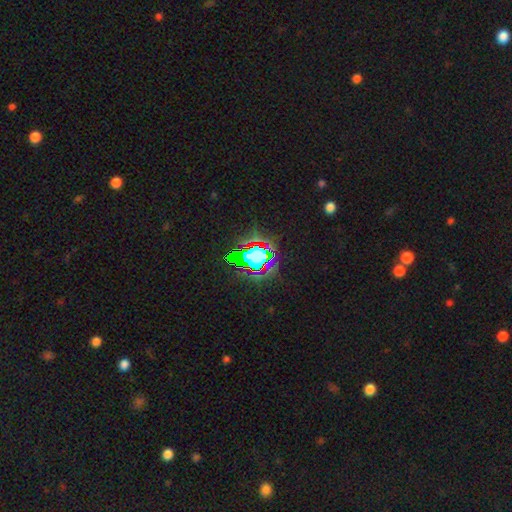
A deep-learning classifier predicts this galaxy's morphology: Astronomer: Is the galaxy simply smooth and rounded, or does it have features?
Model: star or artifact — 60%.